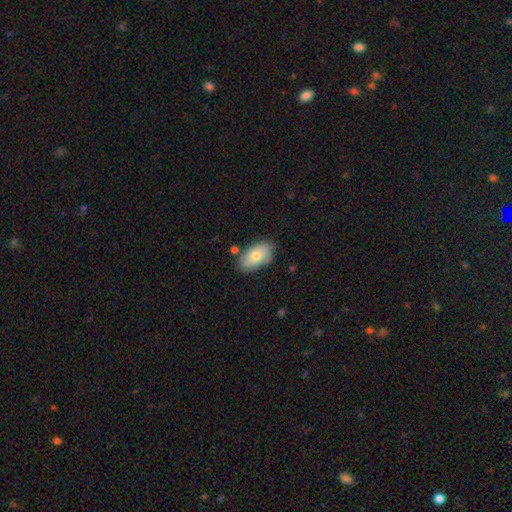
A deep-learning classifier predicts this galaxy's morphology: Smooth or featured: smooth — 72% (featured or disk — 21%)
How rounded: in between — 93% (round — 5%)
Merging: none — 77% (minor disturbance — 16%)